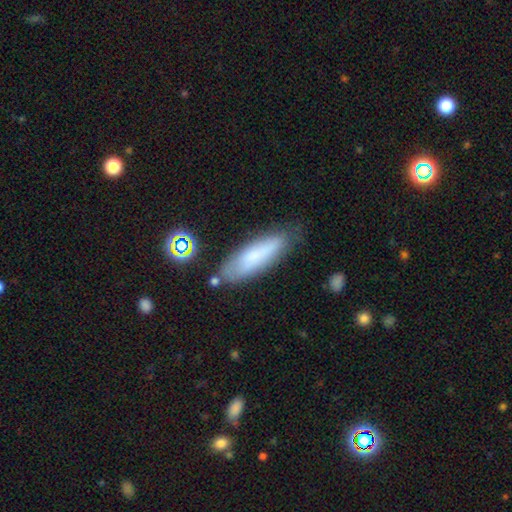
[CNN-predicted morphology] Q: Smooth or featured?
A: smooth (74%); runner-up: featured or disk (18%)
Q: How rounded?
A: cigar-shaped (55%); runner-up: in between (43%)
Q: Merging?
A: none (69%); runner-up: minor disturbance (21%)